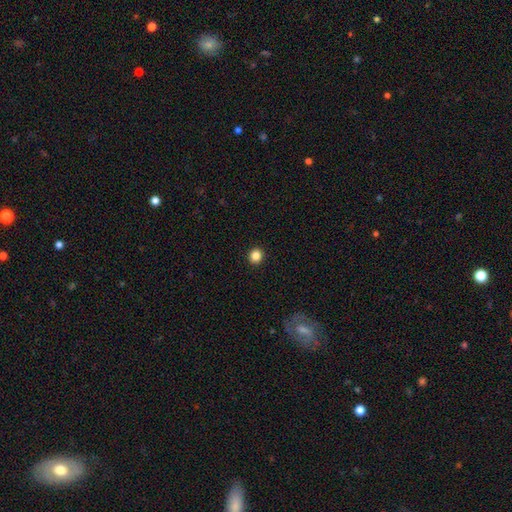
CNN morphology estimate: smooth 85%, star or artifact 11%, featured or disk 4%. Down the decision tree: how rounded — round (91%); merging — none (93%).